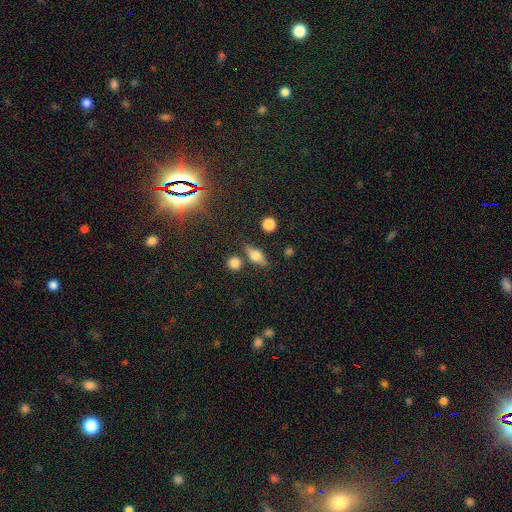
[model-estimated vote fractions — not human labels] This is possibly a smooth galaxy (46%). Merging: likely none (75%).